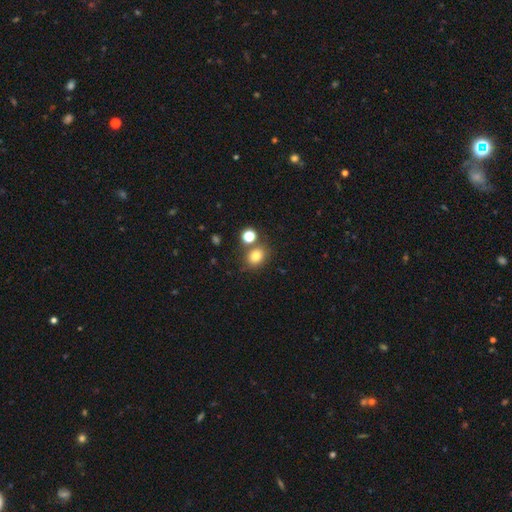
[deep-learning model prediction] A smooth galaxy with no disk features (78%) that is round (59%). Merging: none (71%).